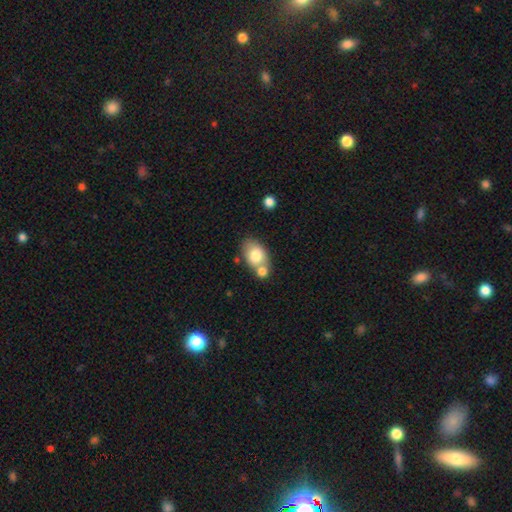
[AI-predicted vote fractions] A smooth galaxy with no disk features (76%) that is in between round and cigar-shaped (84%). Merging: none (47%).